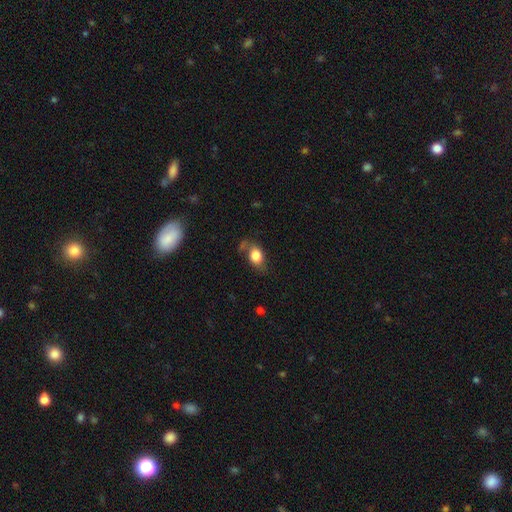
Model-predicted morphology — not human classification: smooth-or-featured: smooth: 78% | featured or disk: 14% | star or artifact: 8%
  how-rounded: in between: 73% | round: 25% | cigar-shaped: 2%
  merging: none: 54% | minor disturbance: 28% | major disturbance: 12% | merger: 7%